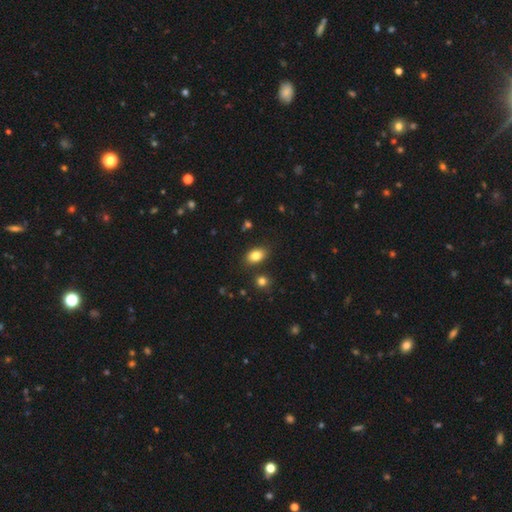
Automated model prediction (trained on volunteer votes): Morphology: type=smooth (83%); roundness=in between (86%); merging=none (82%).